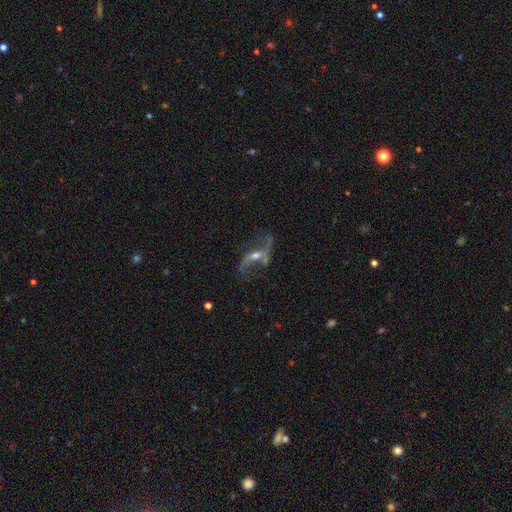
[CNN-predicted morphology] Smooth or featured? Predicted: featured or disk (p=0.85). Edge-on disk? Predicted: no (p=0.90). Bar? Predicted: no (p=0.37). Spiral arms? Predicted: yes (p=0.93). Spiral winding? Predicted: loose (p=0.88). Spiral arm count? Predicted: 2 (p=0.91). Bulge size? Predicted: moderate (p=0.49). Merging? Predicted: none (p=0.66).